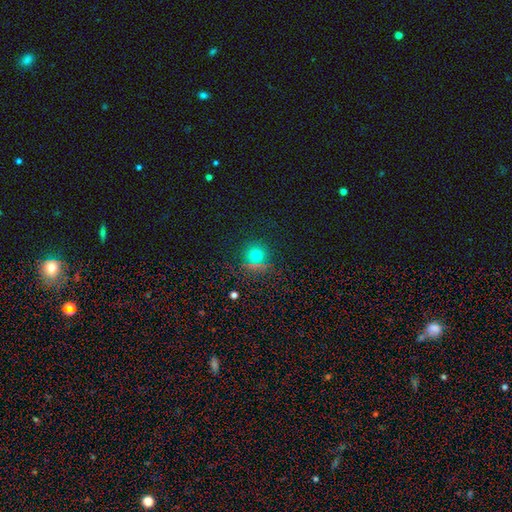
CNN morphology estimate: A smooth galaxy with no disk features (68%) that is round (93%).

Vote fractions:
- Smooth or featured? smooth: 68% / star or artifact: 24% / featured or disk: 8%
- How rounded? round: 93% / in between: 6% / cigar-shaped: 1%
- Merging? none: 84% / minor disturbance: 9% / merger: 4% / major disturbance: 3%